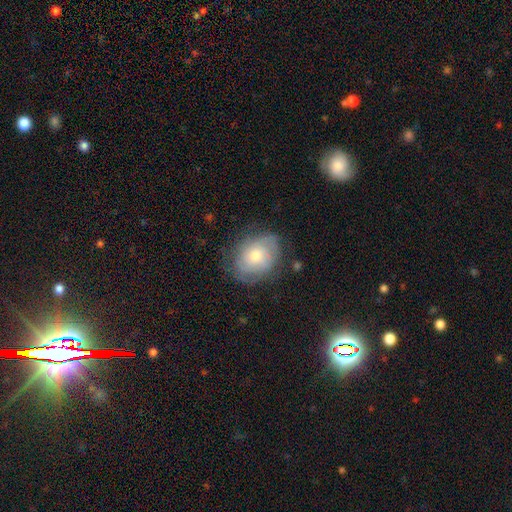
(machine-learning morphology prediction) Smooth or featured? featured or disk (51%)
Edge-on disk? no (96%)
Merging? none (71%)